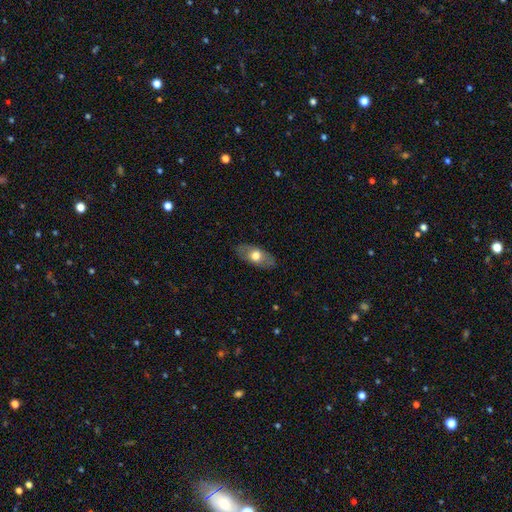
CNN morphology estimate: smooth-or-featured: smooth: 61% | featured or disk: 33% | star or artifact: 6%
  how-rounded: in between: 87% | cigar-shaped: 7% | round: 6%
  merging: none: 83% | minor disturbance: 13% | major disturbance: 3% | merger: 1%